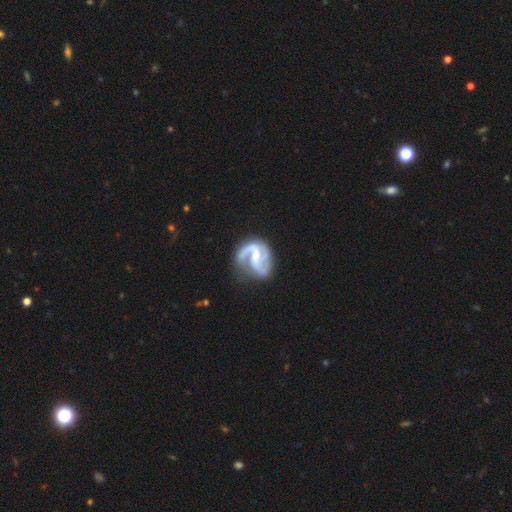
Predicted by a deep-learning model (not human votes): A featured or disk galaxy (89%) with a weak bar (50%), 2 (73%) medium (49%) spiral arms (97%) and a small central bulge (47%). Merging: none (52%).